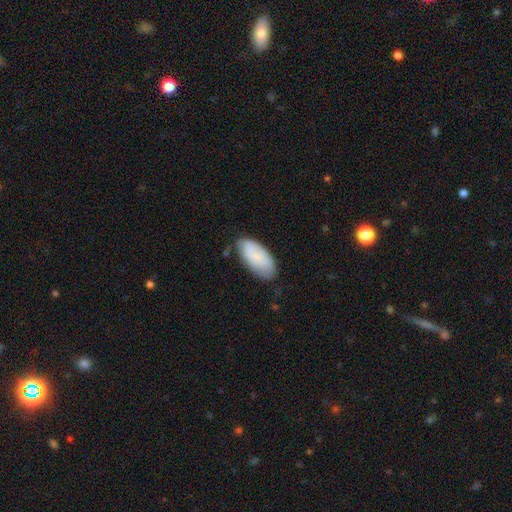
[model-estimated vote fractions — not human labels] Smooth or featured: smooth — 77% (featured or disk — 17%)
How rounded: in between — 92% (cigar-shaped — 6%)
Merging: none — 71% (minor disturbance — 23%)